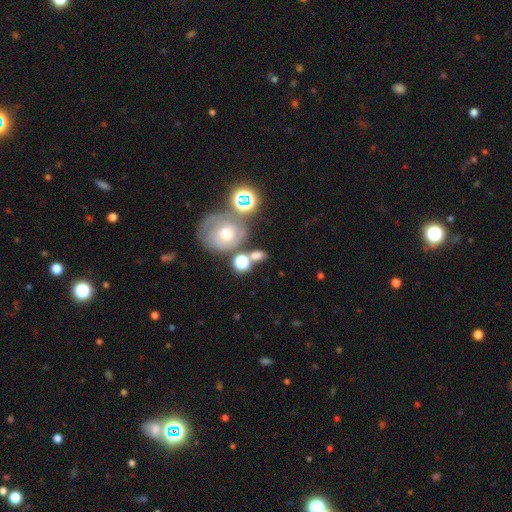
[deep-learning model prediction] The model was most divided on "how rounded": in between: 52%, round: 45%, cigar-shaped: 3%. More confident: smooth or featured — smooth (59%); merging — none (56%).